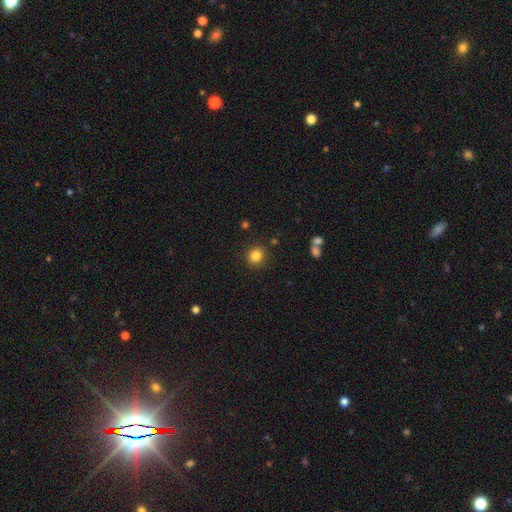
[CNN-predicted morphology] smooth-or-featured: smooth: 84% | star or artifact: 11% | featured or disk: 5%
  how-rounded: round: 86% | in between: 13% | cigar-shaped: 1%
  merging: none: 89% | minor disturbance: 7% | major disturbance: 2% | merger: 2%